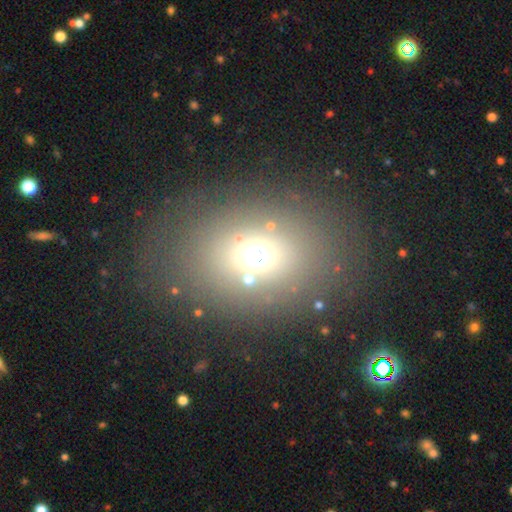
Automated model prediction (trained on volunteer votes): smooth-or-featured: smooth: 64% | star or artifact: 24% | featured or disk: 12%
  how-rounded: round: 54% | in between: 45% | cigar-shaped: 2%
  merging: none: 79% | minor disturbance: 9% | major disturbance: 7% | merger: 5%